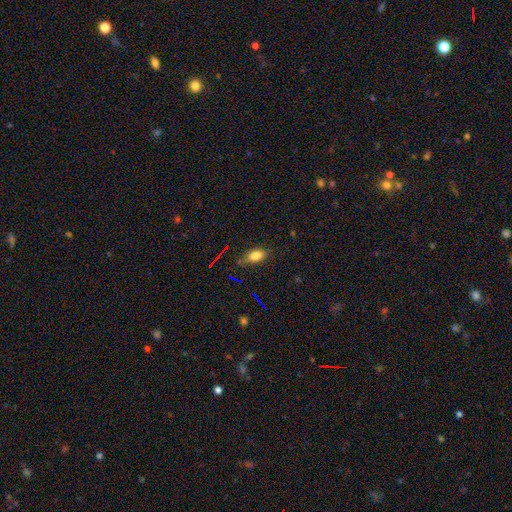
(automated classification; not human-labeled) Q: Smooth or featured?
A: smooth (77%); runner-up: star or artifact (13%)
Q: How rounded?
A: in between (83%); runner-up: round (10%)
Q: Merging?
A: none (71%); runner-up: minor disturbance (20%)